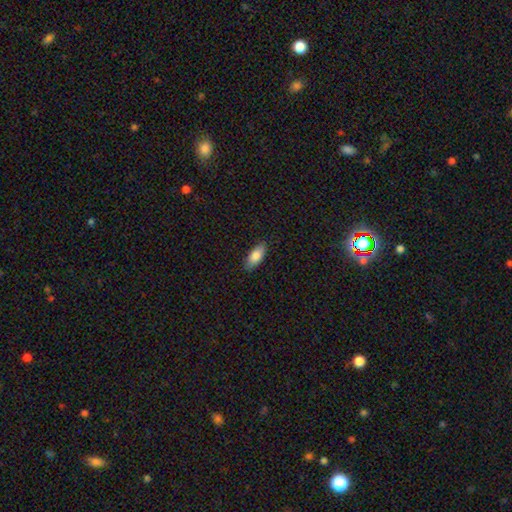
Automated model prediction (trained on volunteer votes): Overall: smooth (84%). How rounded: in between (85%). Merging: none (85%).